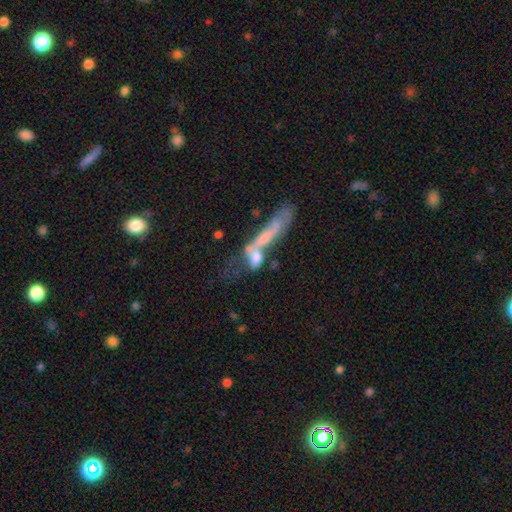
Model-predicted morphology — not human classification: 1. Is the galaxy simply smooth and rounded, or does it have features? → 50% smooth, 41% featured or disk, 10% star or artifact.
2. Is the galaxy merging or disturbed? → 56% merger, 18% major disturbance, 16% none, 10% minor disturbance.